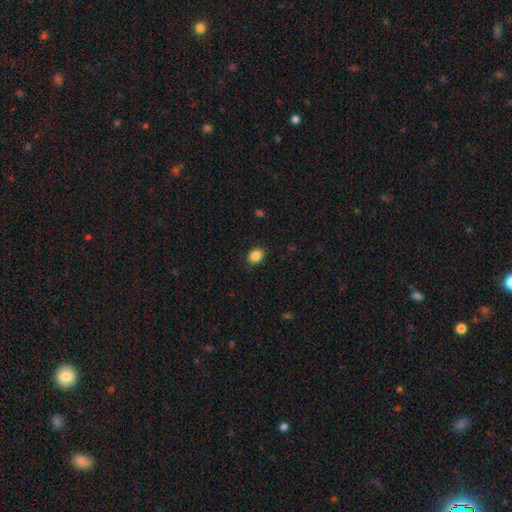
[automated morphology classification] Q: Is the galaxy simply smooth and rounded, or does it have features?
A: smooth — 88%.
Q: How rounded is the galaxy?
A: in between — 68%.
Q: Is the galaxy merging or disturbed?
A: none — 88%.